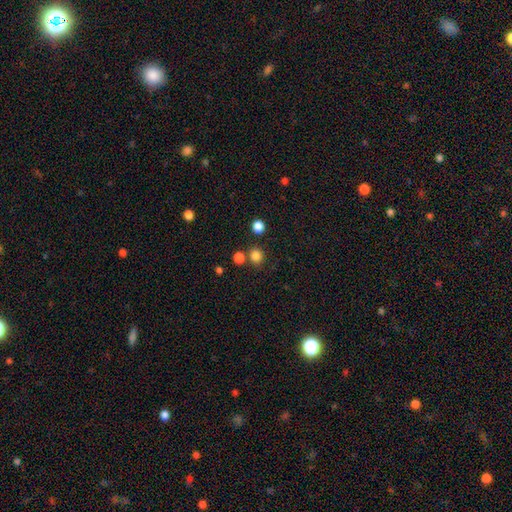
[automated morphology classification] Smooth or featured? Predicted: smooth (p=0.82). How rounded? Predicted: round (p=0.85). Merging? Predicted: none (p=0.77).